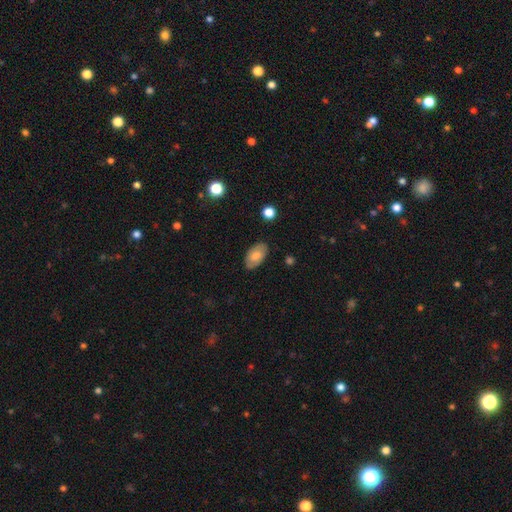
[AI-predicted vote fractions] Overall: smooth (65%; featured or disk 28%). How rounded: in between (93%). Merging: none (84%).